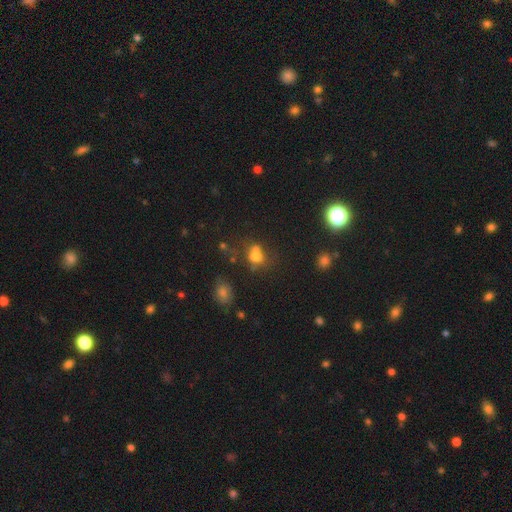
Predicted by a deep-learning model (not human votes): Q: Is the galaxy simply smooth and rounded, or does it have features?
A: smooth — 65%.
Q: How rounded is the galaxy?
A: round — 53%.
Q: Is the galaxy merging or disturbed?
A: merger — 40%.